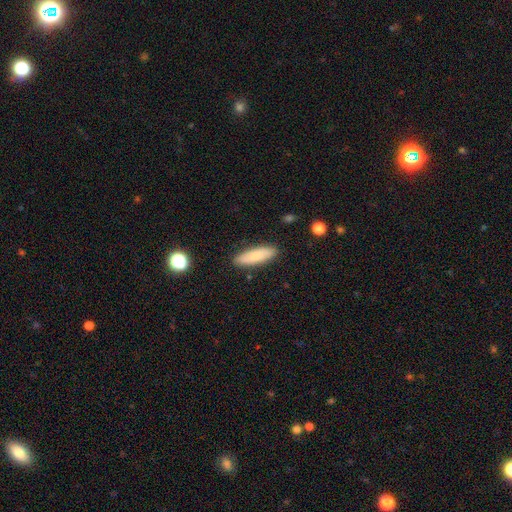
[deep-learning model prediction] smooth-or-featured: smooth: 75% | featured or disk: 19% | star or artifact: 6%
  how-rounded: cigar-shaped: 53% | in between: 45% | round: 2%
  merging: none: 88% | minor disturbance: 9% | major disturbance: 2% | merger: 1%